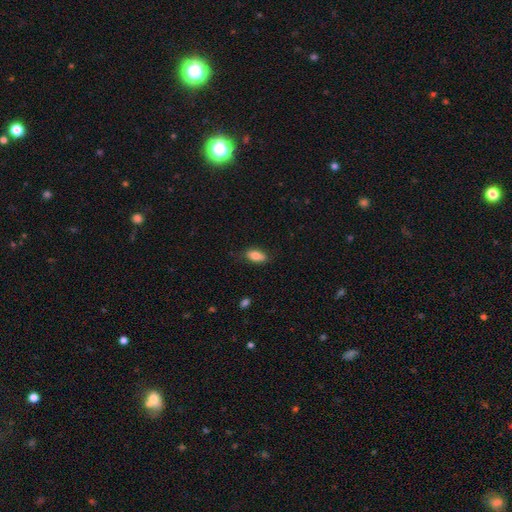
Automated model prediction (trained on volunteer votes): Smooth or featured: smooth — 82% (featured or disk — 11%)
How rounded: in between — 89% (cigar-shaped — 7%)
Merging: none — 81% (minor disturbance — 15%)